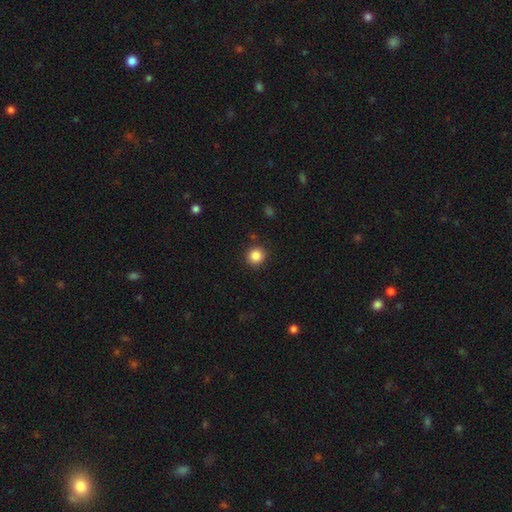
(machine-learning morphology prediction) This is clearly a smooth galaxy (86%). How rounded: clearly round (92%). Merging: clearly none (90%).